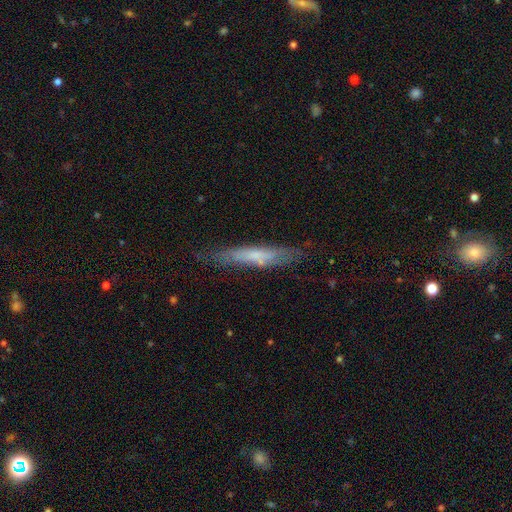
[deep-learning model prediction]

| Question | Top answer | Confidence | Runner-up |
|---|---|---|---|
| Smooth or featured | smooth | 51% | featured or disk (42%) |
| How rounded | cigar-shaped | 90% | in between (8%) |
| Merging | none | 76% | minor disturbance (17%) |